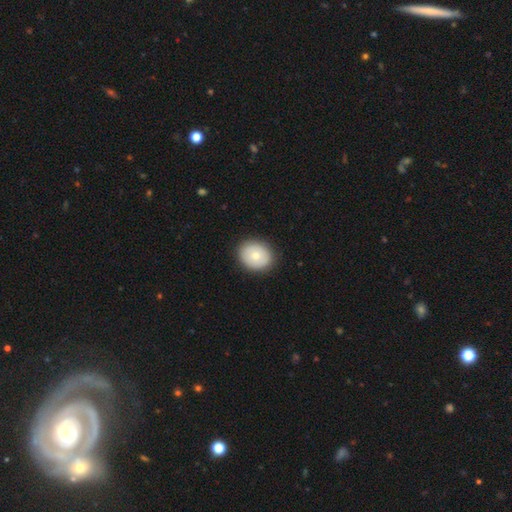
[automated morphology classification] Overall: smooth (74%). How rounded: round (60%; in between 39%). Merging: none (88%).